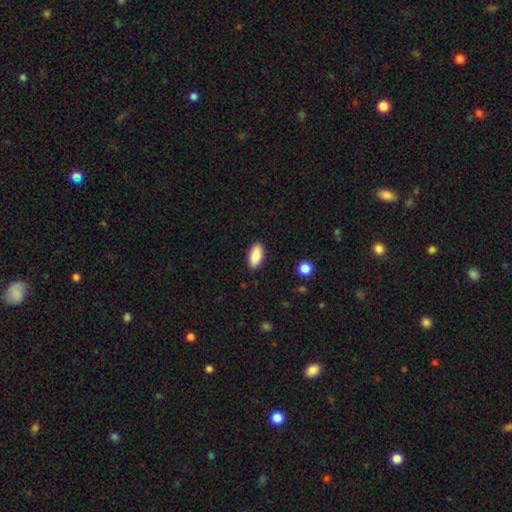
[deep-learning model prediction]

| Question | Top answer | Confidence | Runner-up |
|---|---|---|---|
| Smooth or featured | smooth | 89% | star or artifact (6%) |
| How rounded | in between | 90% | cigar-shaped (8%) |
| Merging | none | 88% | minor disturbance (8%) |